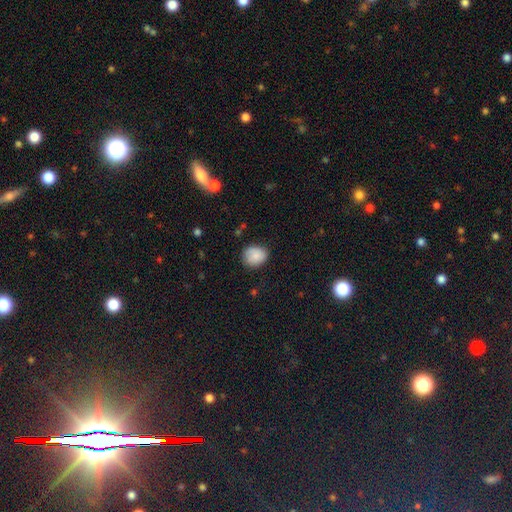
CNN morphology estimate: Overall: smooth (85%). How rounded: round (61%; in between 38%). Merging: none (73%).